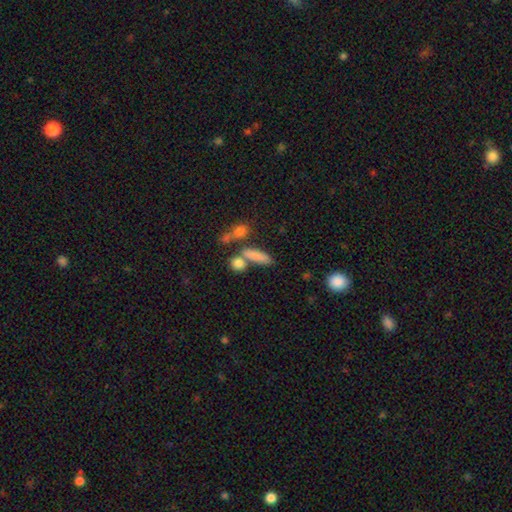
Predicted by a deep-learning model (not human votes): This is likely a smooth galaxy (79%). How rounded: possibly cigar-shaped (50%). Merging: possibly none (52%).